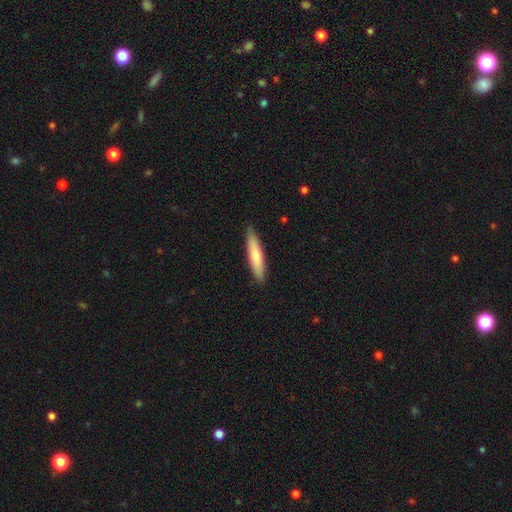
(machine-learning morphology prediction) A smooth galaxy with no disk features (73%) that is cigar-shaped (84%). Merging: none (89%).